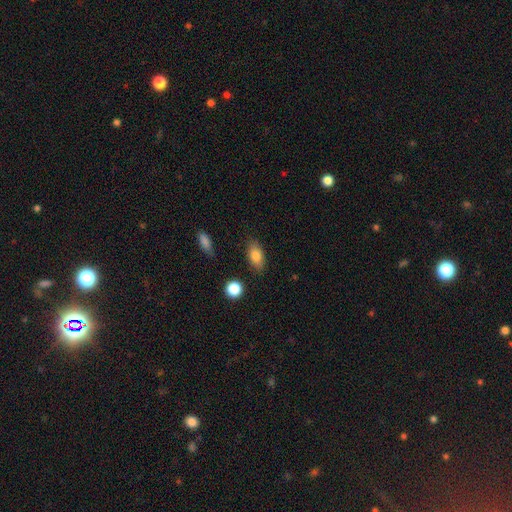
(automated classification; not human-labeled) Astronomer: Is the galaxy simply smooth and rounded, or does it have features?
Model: smooth — 83%.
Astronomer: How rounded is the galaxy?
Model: in between — 87%.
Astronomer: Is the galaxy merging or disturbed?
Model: none — 83%.